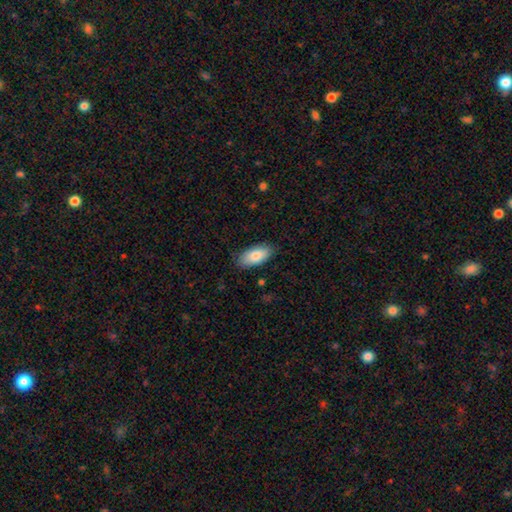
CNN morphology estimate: smooth-or-featured: smooth: 83% | featured or disk: 11% | star or artifact: 6%
  how-rounded: in between: 90% | cigar-shaped: 7% | round: 2%
  merging: none: 86% | minor disturbance: 11% | major disturbance: 2% | merger: 1%